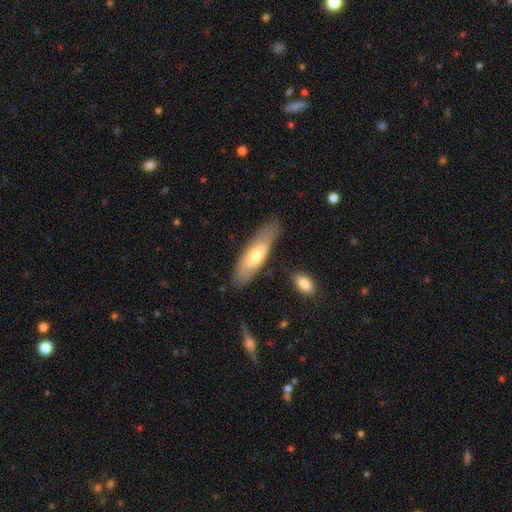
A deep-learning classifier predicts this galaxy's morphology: Smooth or featured?
  - smooth: 55% *
  - featured or disk: 39%
  - star or artifact: 6%
How rounded?
  - cigar-shaped: 52% *
  - in between: 47%
  - round: 2%
Merging?
  - none: 77% *
  - minor disturbance: 16%
  - major disturbance: 4%
  - merger: 3%